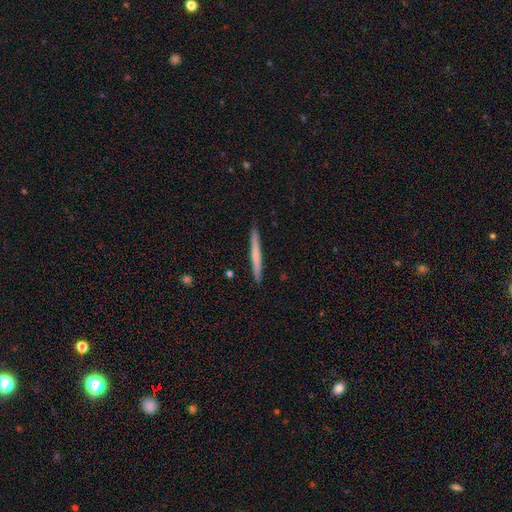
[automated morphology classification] smooth_or_featured: smooth (p=0.58) [alt: featured or disk p=0.36]
how_rounded: cigar-shaped (p=0.97) [alt: in between p=0.02]
merging: none (p=0.92) [alt: minor disturbance p=0.06]